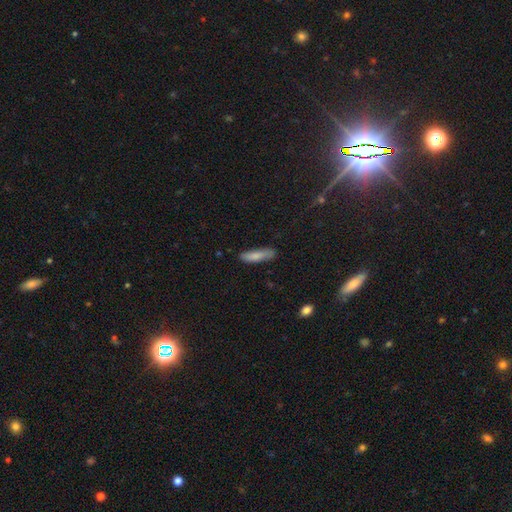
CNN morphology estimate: This is clearly a smooth galaxy (81%). How rounded: likely cigar-shaped (73%). Merging: clearly none (81%).